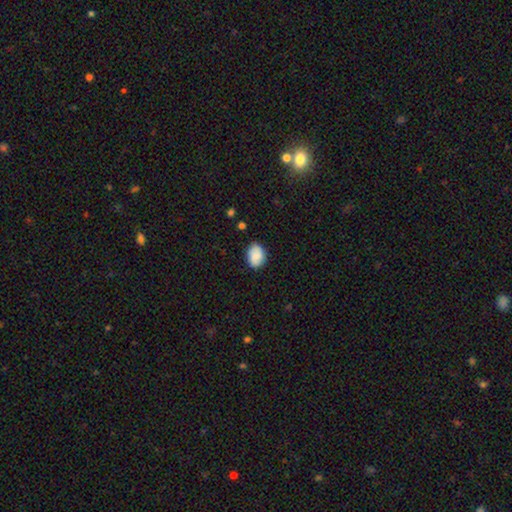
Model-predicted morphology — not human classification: This appears to be a smooth galaxy with no disk features (83%) that is in between round and cigar-shaped (72%). Merging: none (79%).